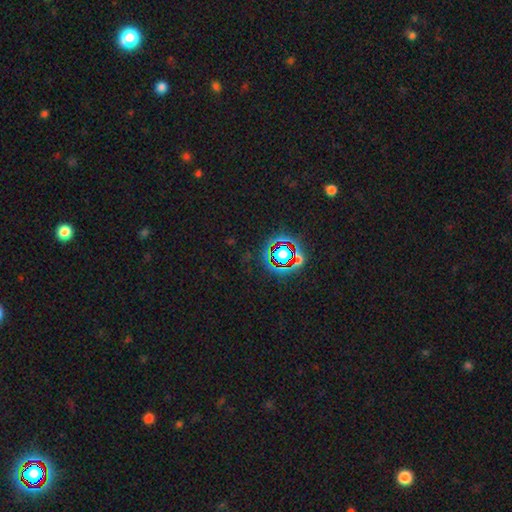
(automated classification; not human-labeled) Smooth or featured? Predicted: star or artifact (p=0.79).